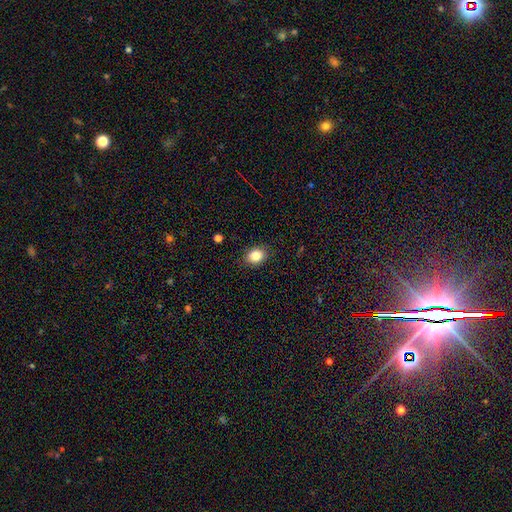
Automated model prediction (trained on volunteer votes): Morphology: type=smooth (85%); roundness=in between (55%); merging=none (87%).